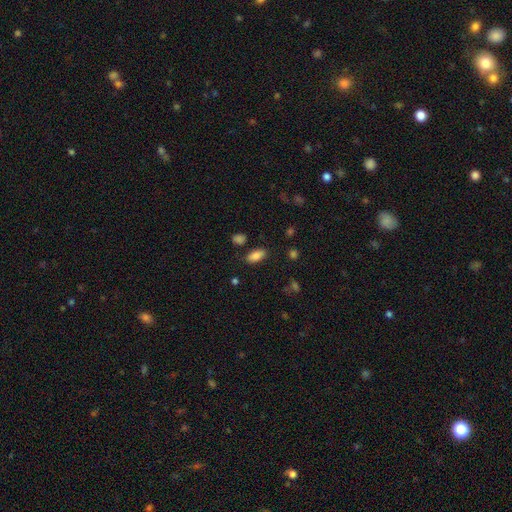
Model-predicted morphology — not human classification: Smooth or featured: smooth — 84% (star or artifact — 9%)
How rounded: in between — 89% (cigar-shaped — 8%)
Merging: none — 82% (minor disturbance — 11%)